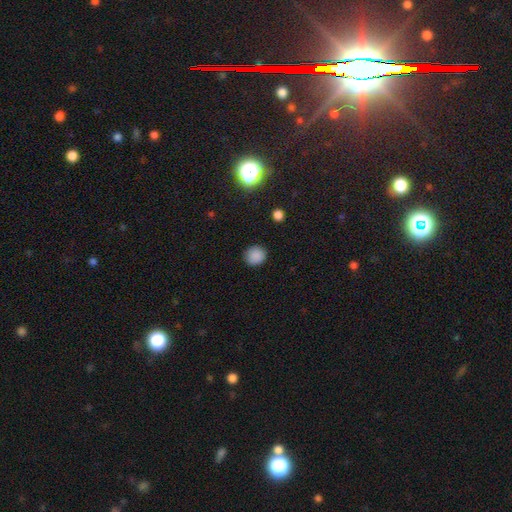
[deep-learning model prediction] This appears to be a smooth galaxy with no disk features (86%) that is round (87%). Merging: none (89%).